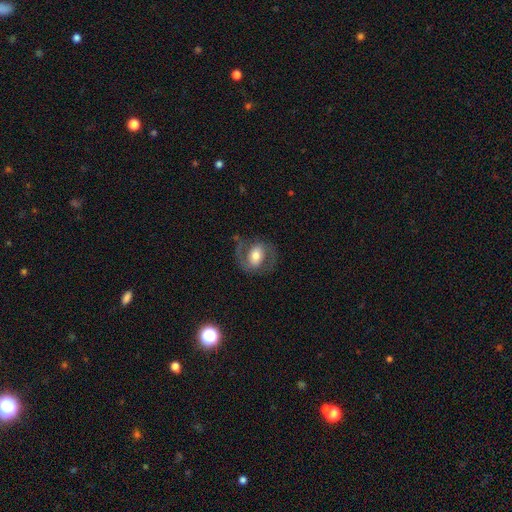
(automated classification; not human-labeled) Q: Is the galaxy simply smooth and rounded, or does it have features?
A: featured or disk — 66%.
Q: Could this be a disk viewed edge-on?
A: no — 96%.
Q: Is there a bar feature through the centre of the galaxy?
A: no — 40%.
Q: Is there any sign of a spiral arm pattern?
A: yes — 81%.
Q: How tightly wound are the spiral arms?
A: medium — 52%.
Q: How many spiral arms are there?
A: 2 — 85%.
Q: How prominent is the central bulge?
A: moderate — 61%.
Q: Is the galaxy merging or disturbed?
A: none — 67%.